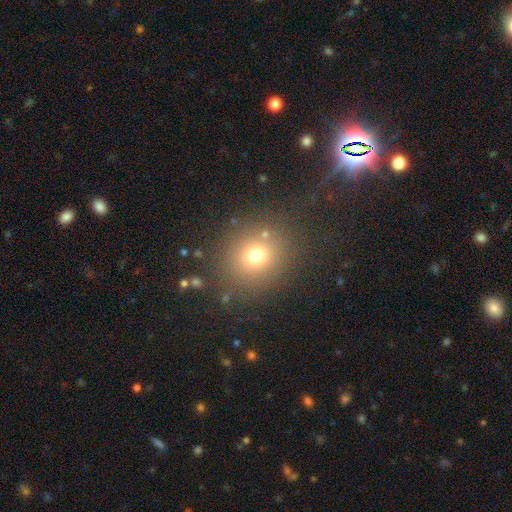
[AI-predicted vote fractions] Overall: smooth (71%). How rounded: round (80%). Merging: none (82%).